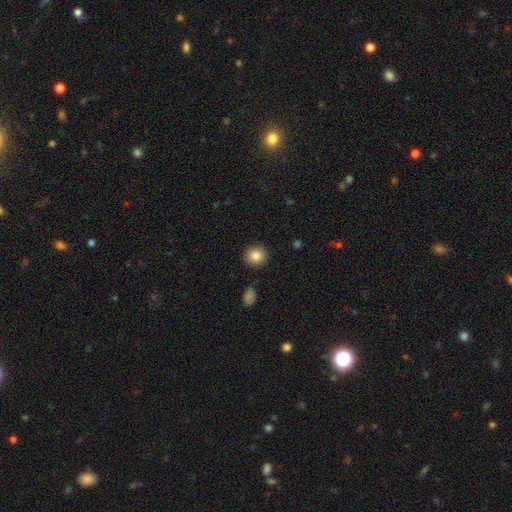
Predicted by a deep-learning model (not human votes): Smooth or featured? Predicted: smooth (p=0.85). How rounded? Predicted: round (p=0.90). Merging? Predicted: none (p=0.89).